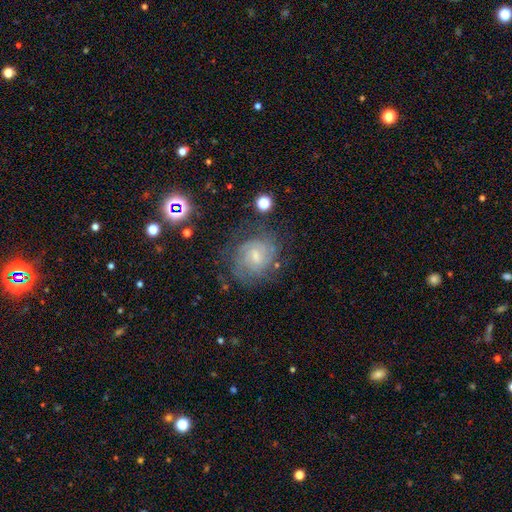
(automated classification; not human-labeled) Smooth or featured? Predicted: featured or disk (p=0.73). Edge-on disk? Predicted: no (p=0.98). Bar? Predicted: weak (p=0.54). Spiral arms? Predicted: yes (p=0.90). Spiral winding? Predicted: tight (p=0.60). Spiral arm count? Predicted: can't tell (p=0.43). Bulge size? Predicted: small (p=0.59). Merging? Predicted: none (p=0.68).